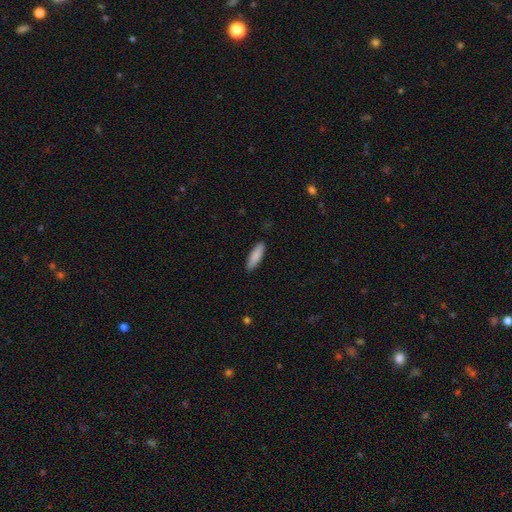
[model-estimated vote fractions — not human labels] Overall: smooth (88%). How rounded: cigar-shaped (58%; in between 40%). Merging: none (88%).